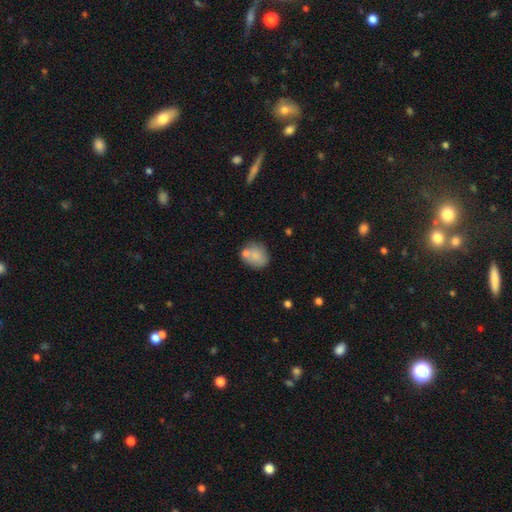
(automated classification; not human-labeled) This appears to be a smooth galaxy with no disk features (79%) that is round (60%). Merging: none (58%).